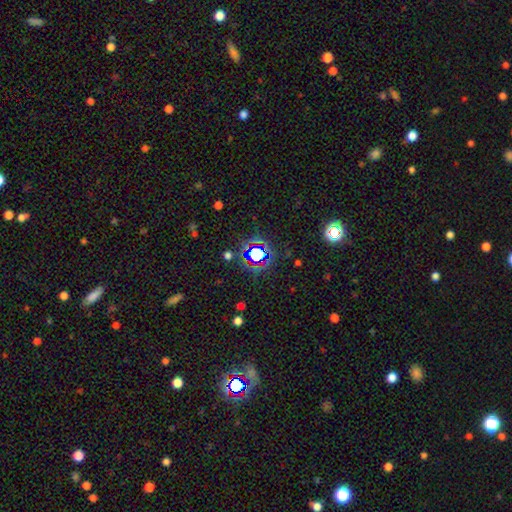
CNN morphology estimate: Smooth or featured? Predicted: star or artifact (p=0.68).